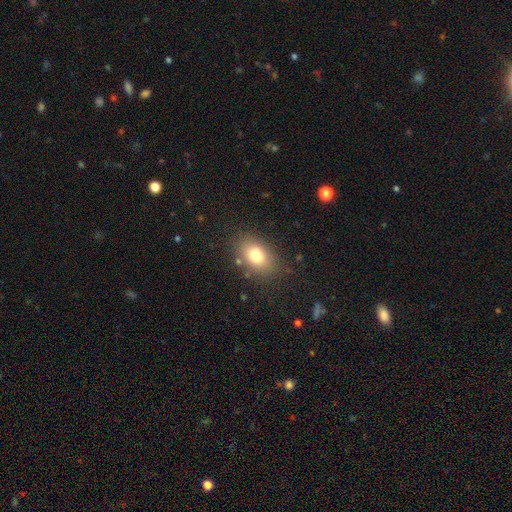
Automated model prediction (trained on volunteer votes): This is likely a smooth galaxy (77%). How rounded: clearly in between (80%). Merging: clearly none (81%).